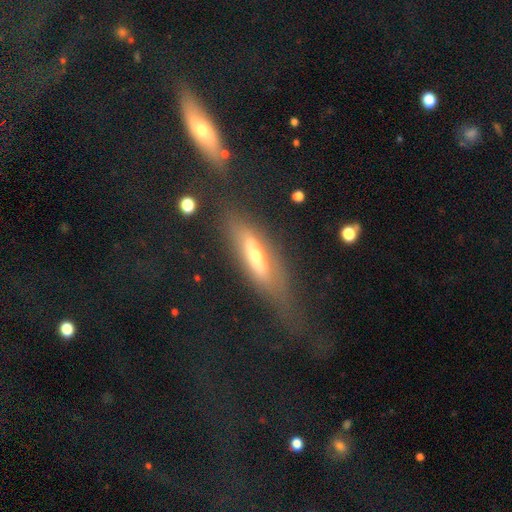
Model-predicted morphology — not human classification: Smooth or featured? featured or disk (48%)
Merging? none (48%)